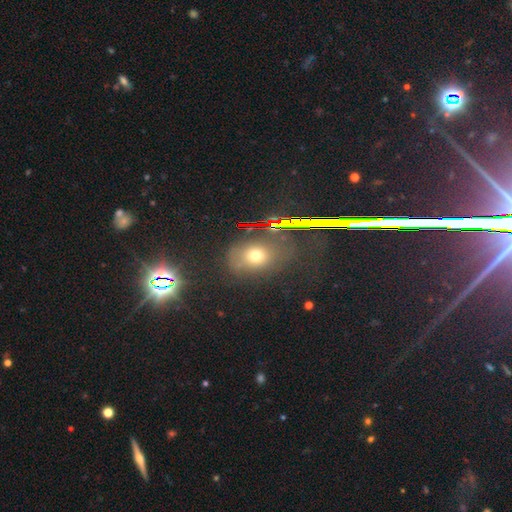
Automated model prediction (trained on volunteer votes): smooth 61%, star or artifact 26%, featured or disk 13%. Down the decision tree: how rounded — in between (51%); merging — none (72%).